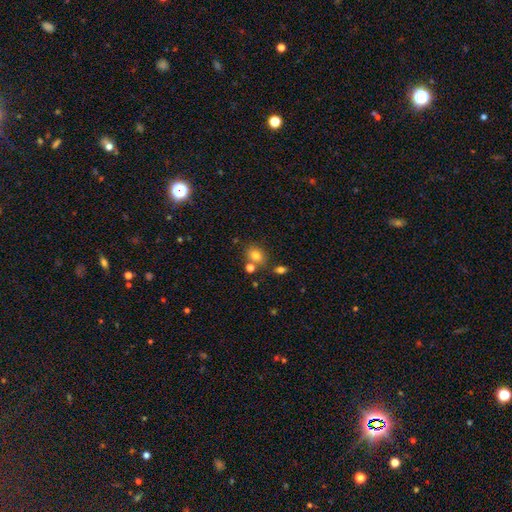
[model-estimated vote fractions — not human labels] The model was most divided on "how rounded": round: 58%, in between: 41%, cigar-shaped: 1%. More confident: smooth or featured — smooth (78%); merging — none (69%).